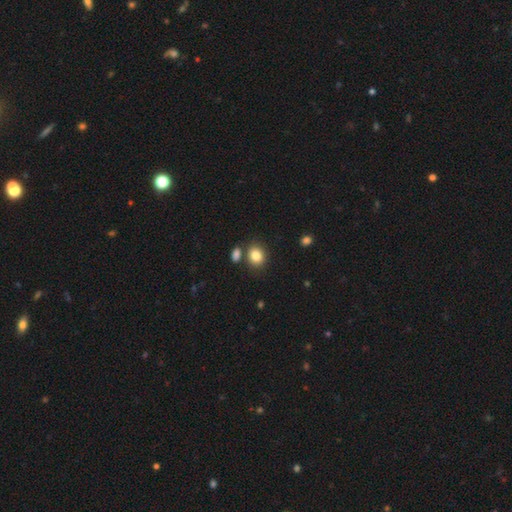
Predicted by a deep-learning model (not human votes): Smooth or featured: smooth — 84% (star or artifact — 10%)
How rounded: round — 56% (in between — 43%)
Merging: none — 71% (merger — 15%)